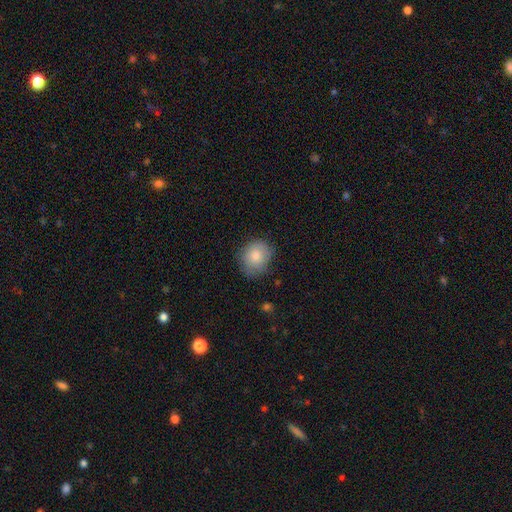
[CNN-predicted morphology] smooth-or-featured: smooth: 78% | featured or disk: 13% | star or artifact: 9%
  how-rounded: round: 63% | in between: 36% | cigar-shaped: 1%
  merging: none: 74% | minor disturbance: 21% | major disturbance: 4% | merger: 1%